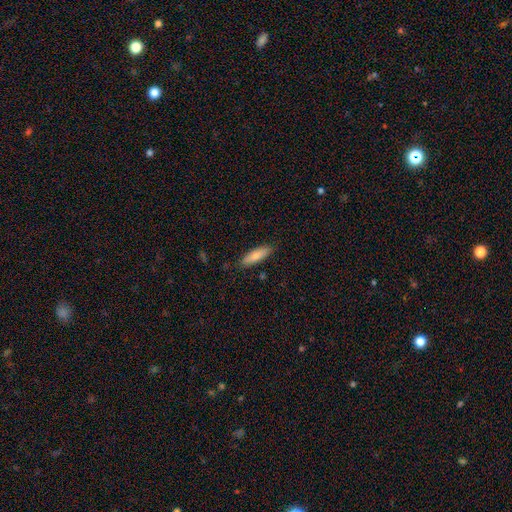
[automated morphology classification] A smooth galaxy with no disk features (79%) that is cigar-shaped (53%).

Vote fractions:
- Smooth or featured? smooth: 79% / featured or disk: 15% / star or artifact: 6%
- How rounded? cigar-shaped: 53% / in between: 45% / round: 2%
- Merging? none: 87% / minor disturbance: 10% / major disturbance: 2% / merger: 1%